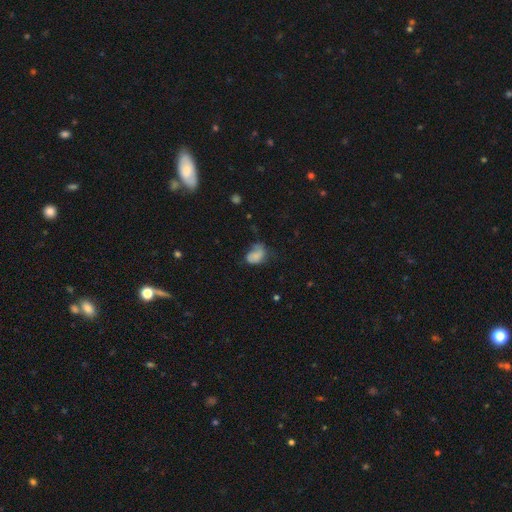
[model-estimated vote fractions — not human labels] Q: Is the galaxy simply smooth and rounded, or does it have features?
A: smooth — 69%.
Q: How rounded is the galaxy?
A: in between — 78%.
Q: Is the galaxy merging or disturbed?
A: minor disturbance — 35%.